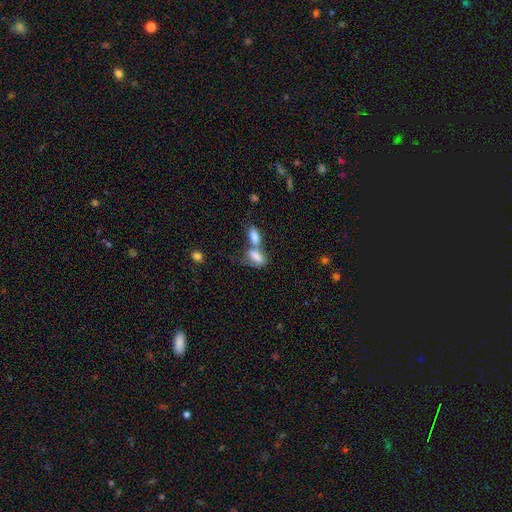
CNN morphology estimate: Smooth or featured? smooth (76%)
How rounded? in between (84%)
Merging? merger (64%)